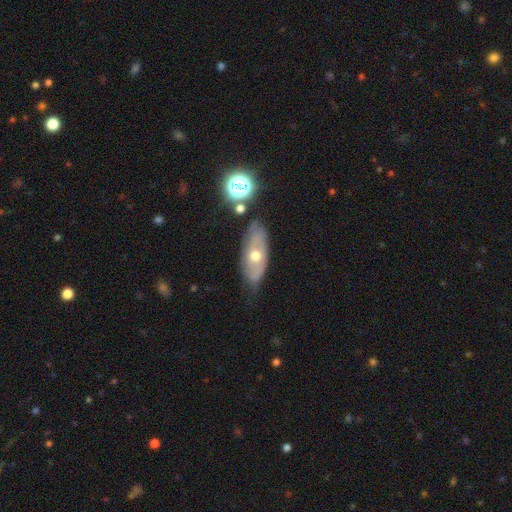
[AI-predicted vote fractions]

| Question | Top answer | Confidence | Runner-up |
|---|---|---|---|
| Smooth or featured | featured or disk | 53% | smooth (35%) |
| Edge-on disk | no | 75% | yes (25%) |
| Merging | none | 73% | minor disturbance (18%) |